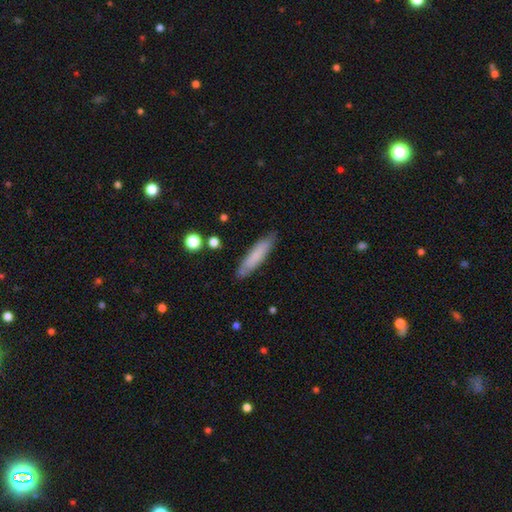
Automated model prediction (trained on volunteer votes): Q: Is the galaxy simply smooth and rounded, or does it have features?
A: smooth — 74%.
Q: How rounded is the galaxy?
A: cigar-shaped — 84%.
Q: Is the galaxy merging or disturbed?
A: none — 85%.